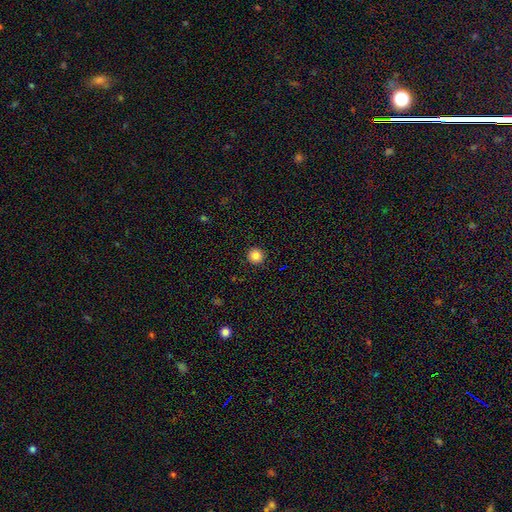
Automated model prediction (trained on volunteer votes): Smooth or featured? smooth (84%)
How rounded? round (95%)
Merging? none (93%)